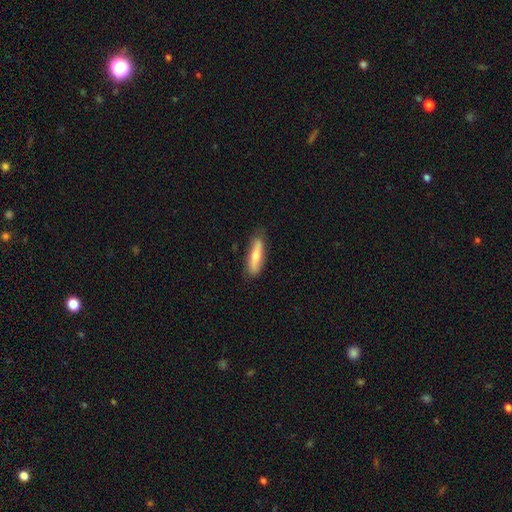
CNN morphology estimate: Smooth or featured?
  - smooth: 63% *
  - featured or disk: 31%
  - star or artifact: 6%
How rounded?
  - cigar-shaped: 68% *
  - in between: 30%
  - round: 2%
Merging?
  - none: 79% *
  - minor disturbance: 16%
  - major disturbance: 3%
  - merger: 1%